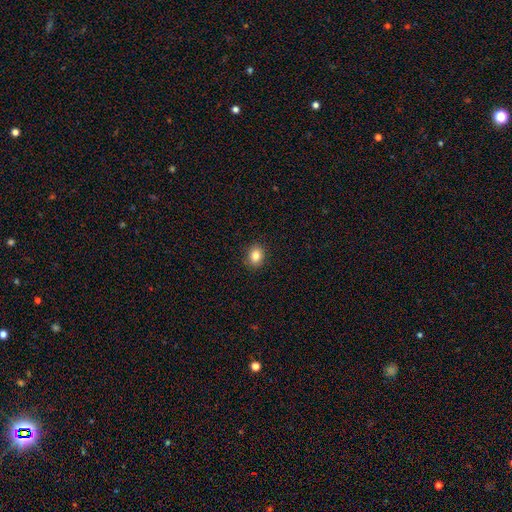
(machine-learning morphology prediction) A smooth galaxy with no disk features (84%) that is round (51%). Merging: none (90%).